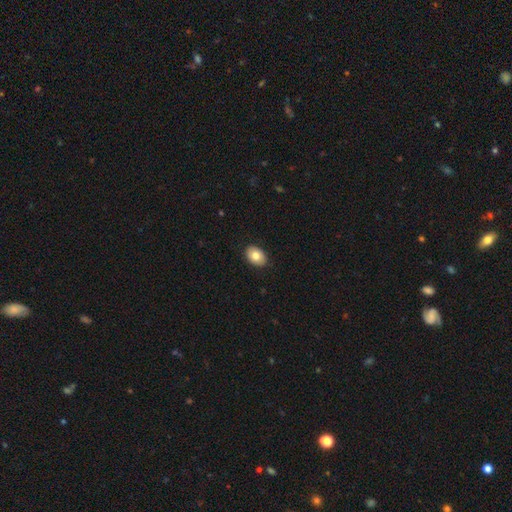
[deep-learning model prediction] smooth_or_featured: smooth (p=0.80) [alt: featured or disk p=0.13]
how_rounded: in between (p=0.81) [alt: round p=0.18]
merging: none (p=0.89) [alt: minor disturbance p=0.08]